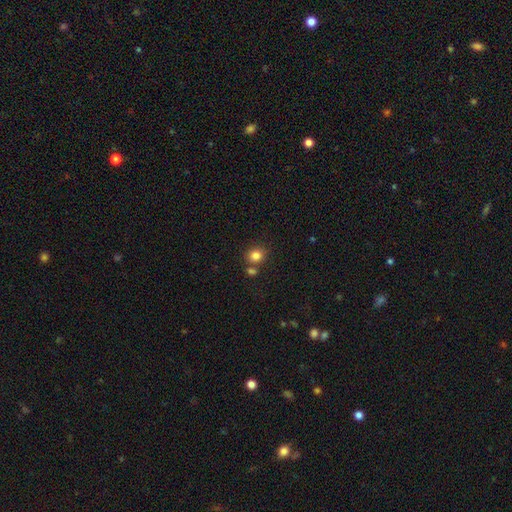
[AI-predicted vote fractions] Morphology: type=smooth (83%); roundness=round (75%); merging=none (68%).